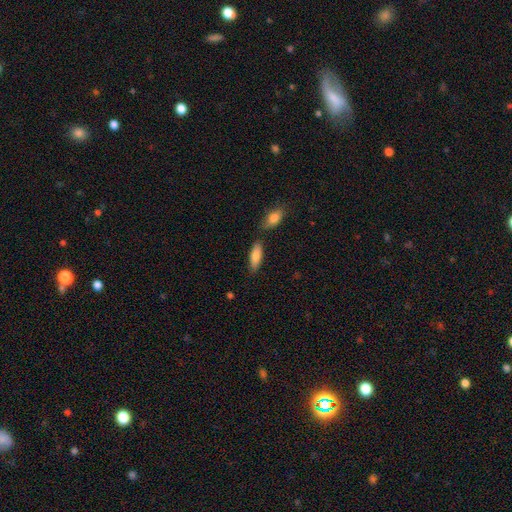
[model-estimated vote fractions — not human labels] Q: Smooth or featured?
A: smooth (82%); runner-up: featured or disk (12%)
Q: How rounded?
A: in between (60%); runner-up: cigar-shaped (38%)
Q: Merging?
A: none (75%); runner-up: minor disturbance (12%)